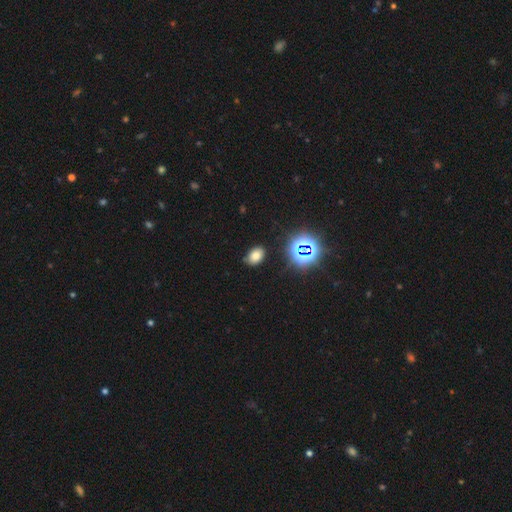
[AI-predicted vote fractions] smooth_or_featured: smooth (p=0.70) [alt: star or artifact p=0.22]
how_rounded: in between (p=0.81) [alt: round p=0.18]
merging: none (p=0.83) [alt: minor disturbance p=0.12]